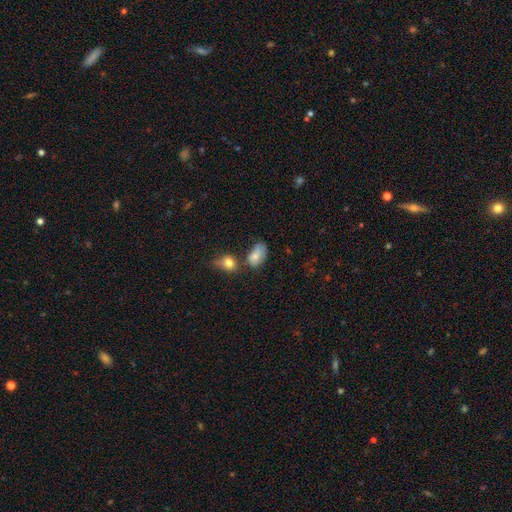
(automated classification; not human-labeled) Q: Smooth or featured?
A: smooth (78%); runner-up: featured or disk (13%)
Q: How rounded?
A: in between (88%); runner-up: round (10%)
Q: Merging?
A: none (38%); runner-up: minor disturbance (27%)